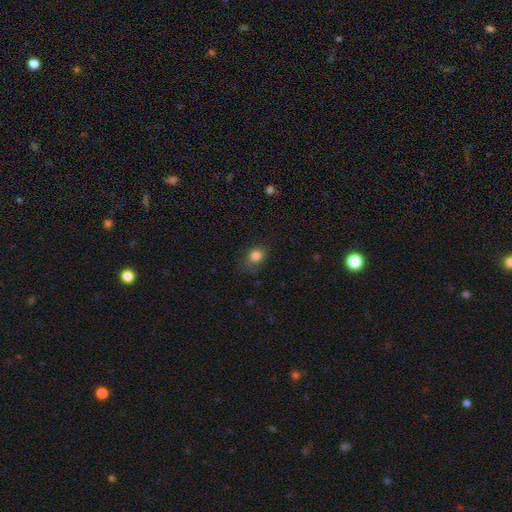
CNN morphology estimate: This appears to be a smooth galaxy with no disk features (82%) that is in between round and cigar-shaped (59%). Merging: none (65%).